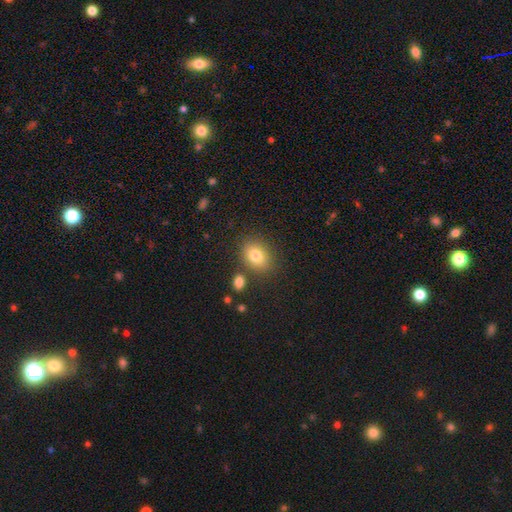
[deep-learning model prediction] Smooth or featured? smooth (81%)
How rounded? in between (61%)
Merging? none (78%)